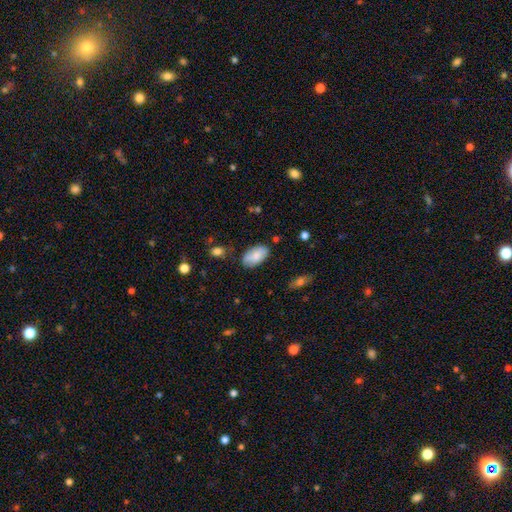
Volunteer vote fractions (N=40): Smooth or featured: smooth — 80% (featured or disk — 12%)
How rounded: in between — 100%
Merging: none — 84% (minor disturbance — 11%)